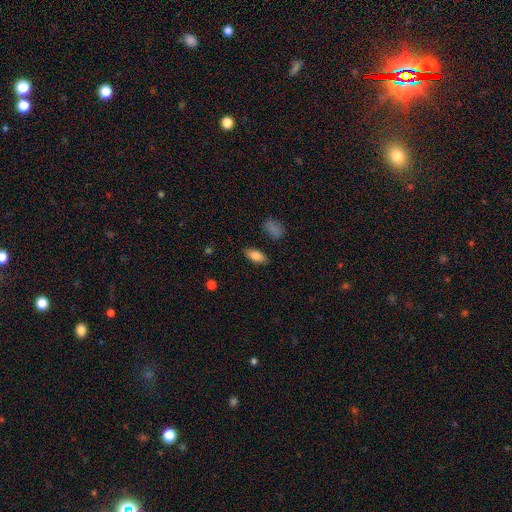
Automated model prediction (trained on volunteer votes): Smooth or featured? Predicted: smooth (p=0.84). How rounded? Predicted: in between (p=0.88). Merging? Predicted: none (p=0.86).